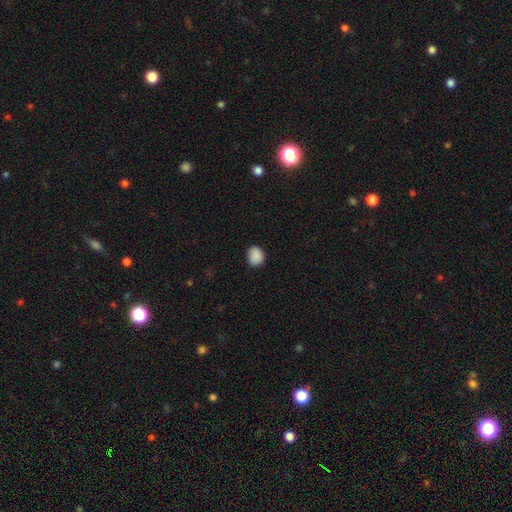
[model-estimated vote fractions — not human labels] Morphology: type=smooth (89%); roundness=round (63%); merging=none (84%).